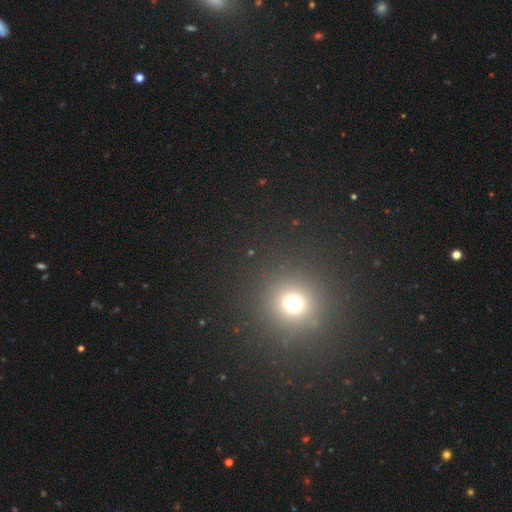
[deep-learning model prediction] Smooth or featured? Predicted: smooth (p=0.57). How rounded? Predicted: round (p=0.93). Merging? Predicted: none (p=0.93).